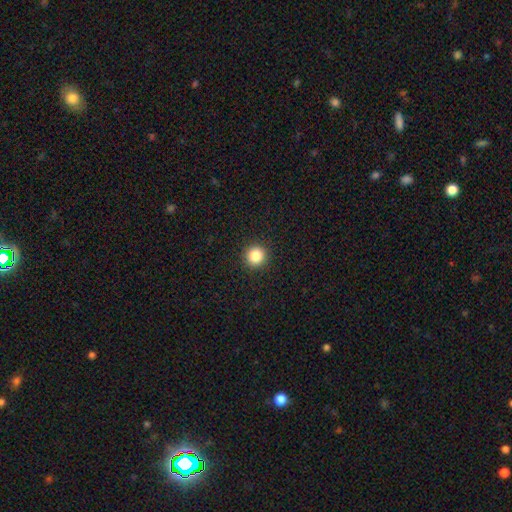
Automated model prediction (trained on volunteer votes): A smooth galaxy with no disk features (85%) that is round (94%). Merging: none (93%).